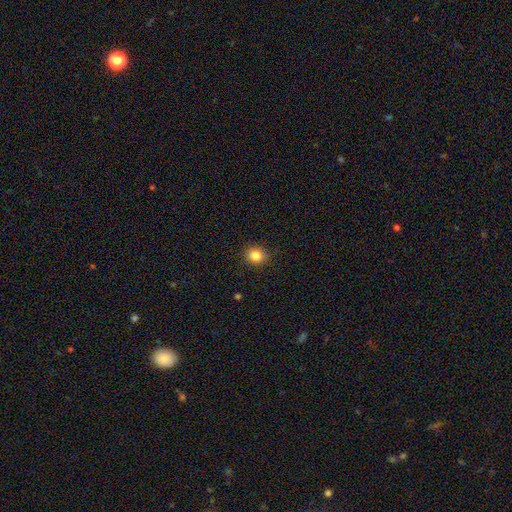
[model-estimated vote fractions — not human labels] smooth_or_featured: smooth (p=0.84) [alt: star or artifact p=0.11]
how_rounded: round (p=0.70) [alt: in between p=0.29]
merging: none (p=0.90) [alt: minor disturbance p=0.07]